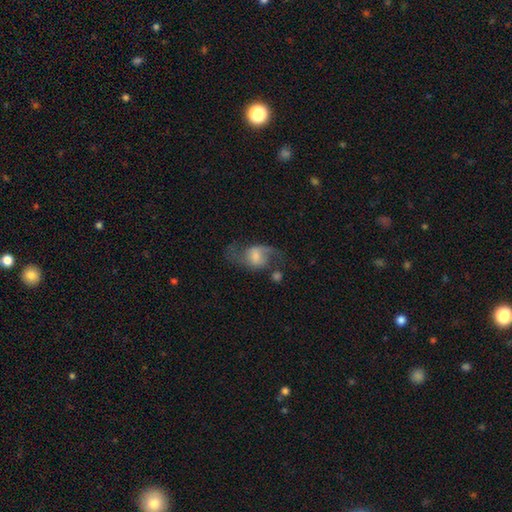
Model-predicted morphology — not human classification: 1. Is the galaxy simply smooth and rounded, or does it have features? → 68% featured or disk, 23% smooth, 9% star or artifact.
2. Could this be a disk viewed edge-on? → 96% no, 4% yes.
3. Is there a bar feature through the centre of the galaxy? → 49% weak, 37% no, 14% strong.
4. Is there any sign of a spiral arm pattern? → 88% yes, 12% no.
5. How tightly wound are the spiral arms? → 64% loose, 30% medium, 6% tight.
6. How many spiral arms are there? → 86% 2, 6% 1, 5% can't tell, 1% 3, 1% 4, 1% more than 4.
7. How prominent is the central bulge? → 37% moderate, 34% small, 14% large, 13% none, 3% dominant.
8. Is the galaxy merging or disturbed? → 53% none, 21% major disturbance, 19% minor disturbance, 7% merger.